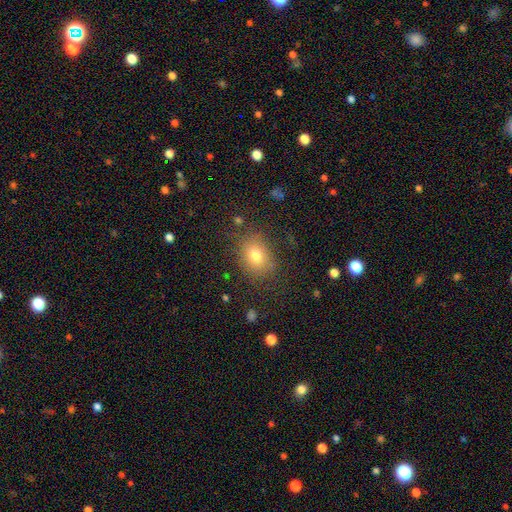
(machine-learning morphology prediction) A smooth galaxy with no disk features (74%) that is round (53%).

Vote fractions:
- Smooth or featured? smooth: 74% / star or artifact: 14% / featured or disk: 11%
- How rounded? round: 53% / in between: 46% / cigar-shaped: 1%
- Merging? none: 79% / minor disturbance: 14% / major disturbance: 5% / merger: 2%